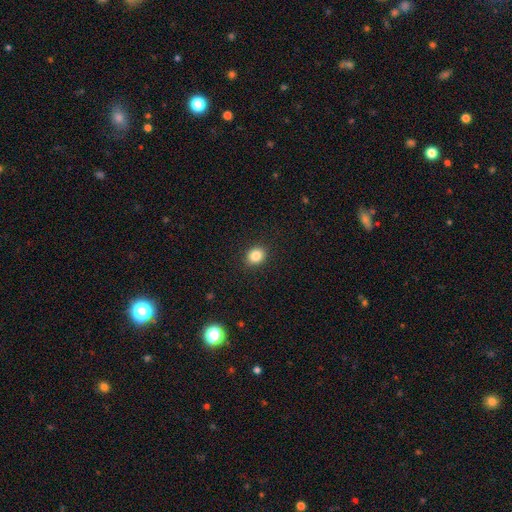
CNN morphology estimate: smooth-or-featured: smooth: 84% | star or artifact: 10% | featured or disk: 6%
  how-rounded: round: 62% | in between: 37% | cigar-shaped: 1%
  merging: none: 90% | minor disturbance: 7% | major disturbance: 2% | merger: 1%